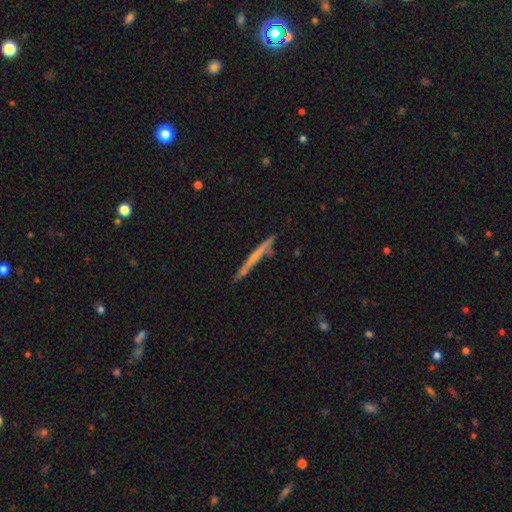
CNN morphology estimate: Smooth or featured: featured or disk — 53% (smooth — 40%)
Edge-on disk: yes — 95% (no — 5%)
Edge-on bulge: none — 61% (rounded — 31%)
Merging: none — 76% (minor disturbance — 17%)